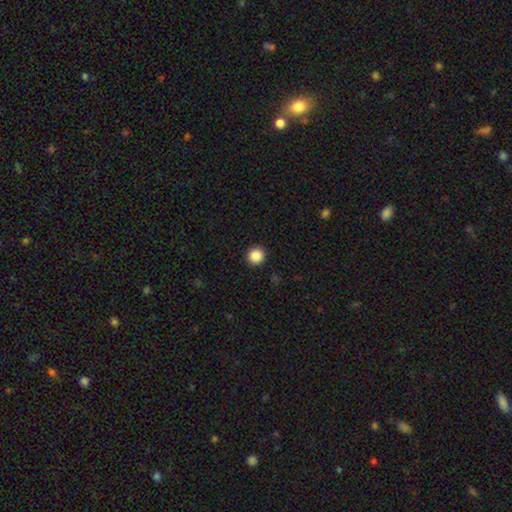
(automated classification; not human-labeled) This appears to be a smooth galaxy with no disk features (87%) that is round (93%). Merging: none (93%).